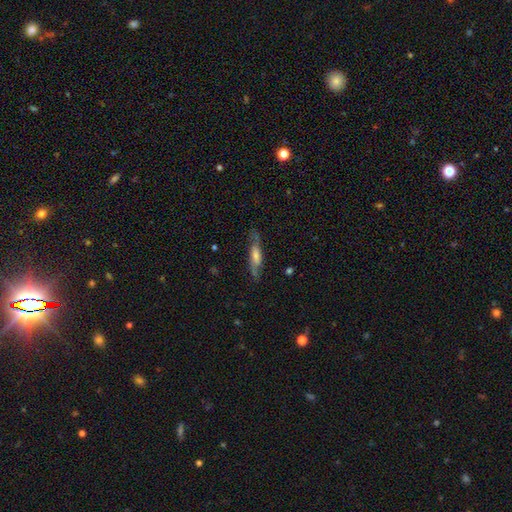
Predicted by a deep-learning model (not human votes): Smooth or featured?
  - featured or disk: 62% *
  - smooth: 30%
  - star or artifact: 8%
Edge-on disk?
  - yes: 51% *
  - no: 49%
Merging?
  - none: 74% *
  - minor disturbance: 17%
  - major disturbance: 7%
  - merger: 2%